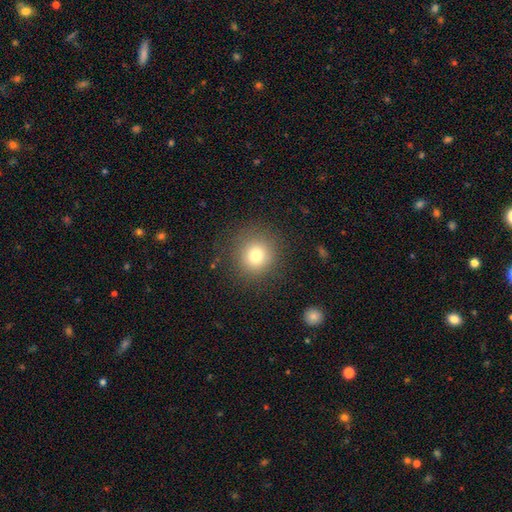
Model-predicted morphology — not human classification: This is likely a smooth galaxy (77%). How rounded: clearly round (91%). Merging: clearly none (86%).